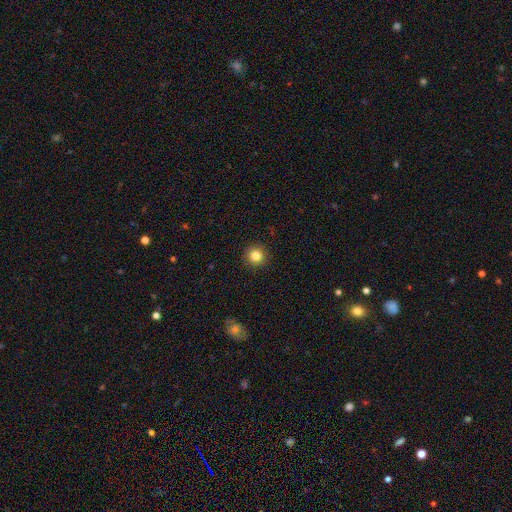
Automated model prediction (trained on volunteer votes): smooth_or_featured: smooth (p=0.83) [alt: star or artifact p=0.11]
how_rounded: round (p=0.95) [alt: in between p=0.04]
merging: none (p=0.93) [alt: minor disturbance p=0.05]